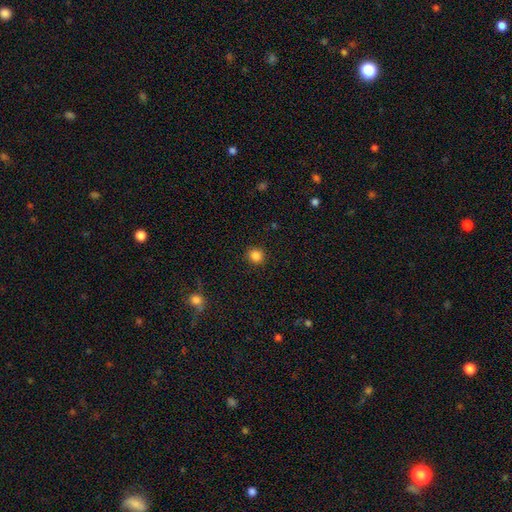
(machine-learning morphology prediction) Smooth or featured? smooth (85%)
How rounded? round (89%)
Merging? none (91%)